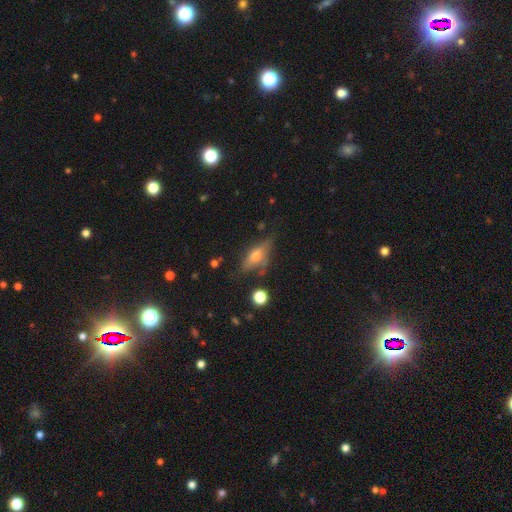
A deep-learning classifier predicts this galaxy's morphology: A featured or disk galaxy (45%). Merging: none (60%).